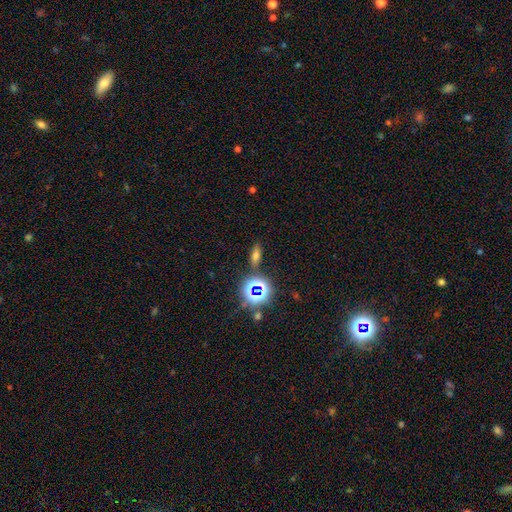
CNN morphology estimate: Q: Smooth or featured?
A: smooth (58%); runner-up: star or artifact (29%)
Q: How rounded?
A: in between (61%); runner-up: cigar-shaped (27%)
Q: Merging?
A: none (82%); runner-up: minor disturbance (10%)